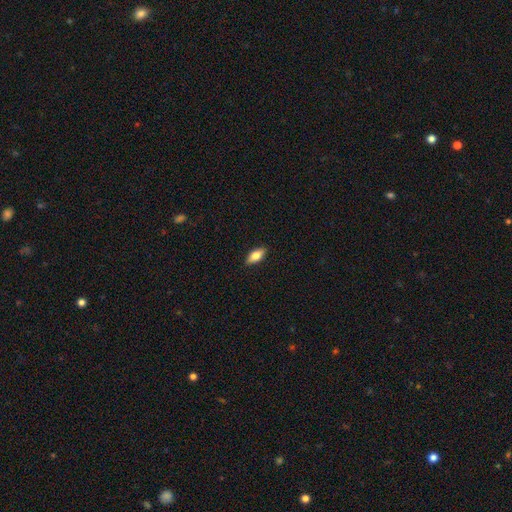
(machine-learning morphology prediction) smooth-or-featured: smooth: 73% | featured or disk: 20% | star or artifact: 7%
  how-rounded: in between: 84% | cigar-shaped: 13% | round: 3%
  merging: none: 89% | minor disturbance: 8% | major disturbance: 2% | merger: 1%